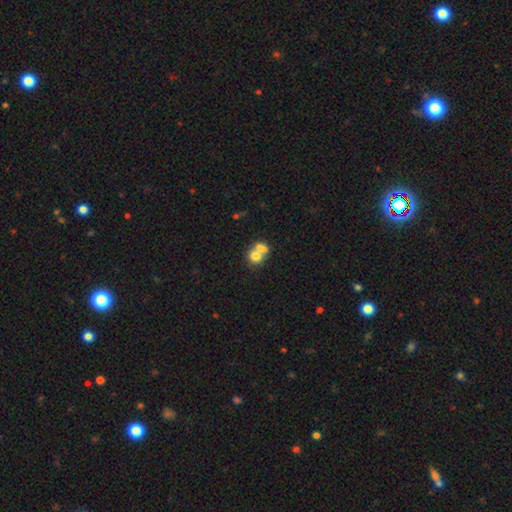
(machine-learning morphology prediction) smooth_or_featured: smooth (p=0.73) [alt: featured or disk p=0.17]
how_rounded: round (p=0.62) [alt: in between p=0.36]
merging: merger (p=0.64) [alt: none p=0.26]